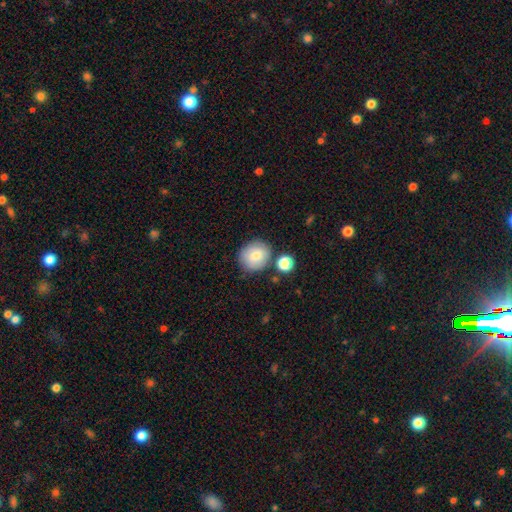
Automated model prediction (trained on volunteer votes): Smooth or featured?
  - smooth: 78% *
  - featured or disk: 13%
  - star or artifact: 9%
How rounded?
  - round: 83% *
  - in between: 16%
  - cigar-shaped: 1%
Merging?
  - none: 74% *
  - minor disturbance: 12%
  - merger: 10%
  - major disturbance: 3%